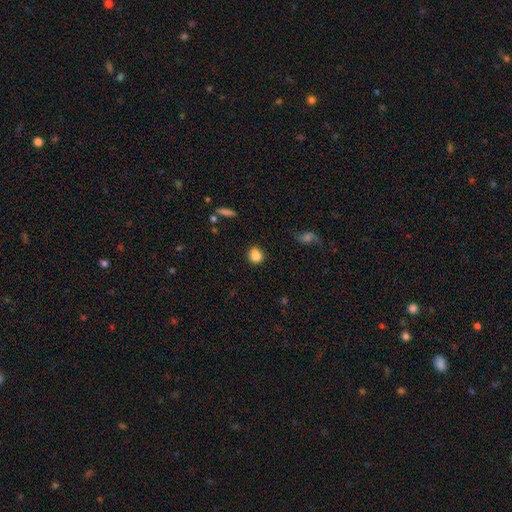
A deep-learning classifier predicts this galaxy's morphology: Smooth or featured?
  - smooth: 85% *
  - star or artifact: 9%
  - featured or disk: 6%
How rounded?
  - round: 84% *
  - in between: 15%
  - cigar-shaped: 1%
Merging?
  - none: 85% *
  - minor disturbance: 10%
  - major disturbance: 3%
  - merger: 2%